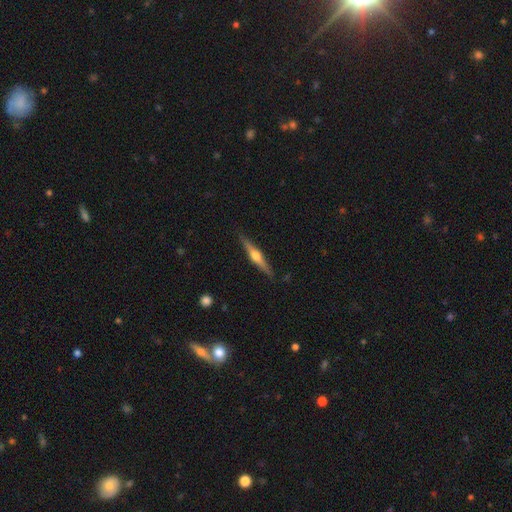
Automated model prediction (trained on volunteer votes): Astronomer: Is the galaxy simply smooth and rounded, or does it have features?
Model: featured or disk — 74%.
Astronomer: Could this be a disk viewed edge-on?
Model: yes — 98%.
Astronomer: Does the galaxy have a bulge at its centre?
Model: rounded — 94%.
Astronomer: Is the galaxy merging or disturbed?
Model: none — 89%.